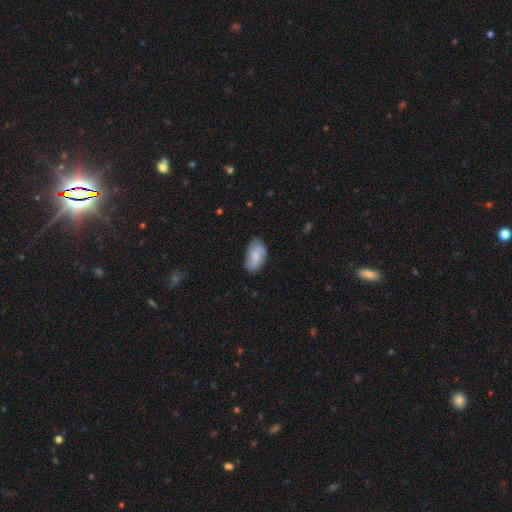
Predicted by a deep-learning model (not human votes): Smooth or featured?
  - smooth: 57% *
  - featured or disk: 36%
  - star or artifact: 7%
How rounded?
  - in between: 92% *
  - round: 5%
  - cigar-shaped: 3%
Merging?
  - none: 70% *
  - minor disturbance: 23%
  - major disturbance: 6%
  - merger: 1%